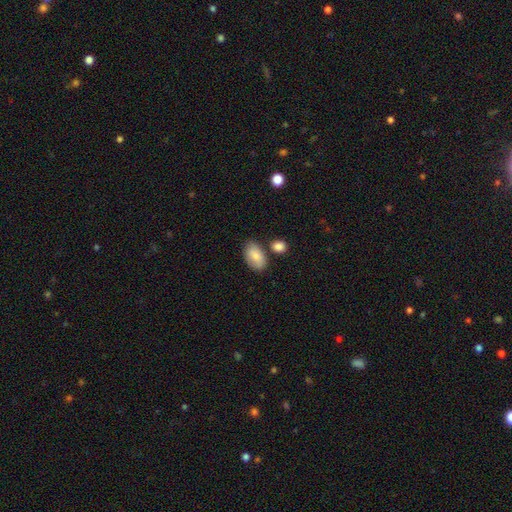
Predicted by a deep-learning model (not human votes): Smooth or featured? smooth (83%)
How rounded? in between (93%)
Merging? none (71%)